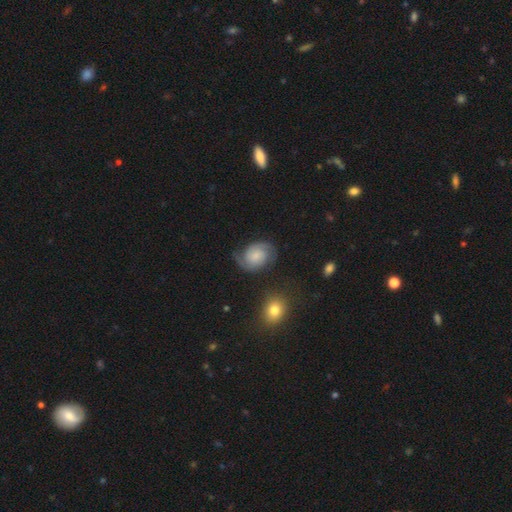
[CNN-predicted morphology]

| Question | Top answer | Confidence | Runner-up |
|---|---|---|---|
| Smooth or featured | featured or disk | 76% | smooth (17%) |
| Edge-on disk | no | 98% | yes (2%) |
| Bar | no | 66% | weak (29%) |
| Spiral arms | yes | 96% | no (4%) |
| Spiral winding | medium | 45% | tight (41%) |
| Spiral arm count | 2 | 90% | can't tell (4%) |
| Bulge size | small | 35% | none (29%) |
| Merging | none | 73% | minor disturbance (17%) |